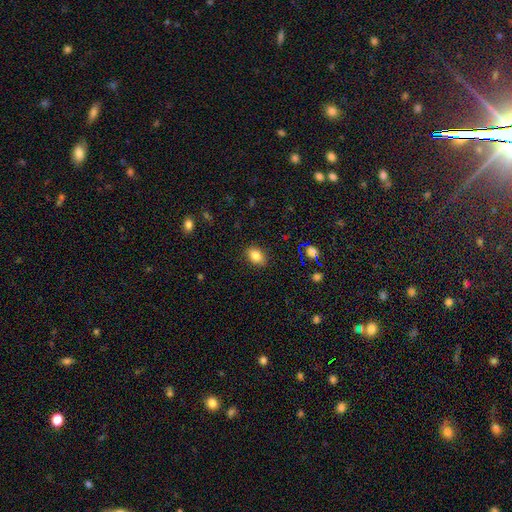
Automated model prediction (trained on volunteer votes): A smooth galaxy with no disk features (83%) that is in between round and cigar-shaped (74%).

Vote fractions:
- Smooth or featured? smooth: 83% / star or artifact: 11% / featured or disk: 7%
- How rounded? in between: 74% / round: 25% / cigar-shaped: 1%
- Merging? none: 87% / minor disturbance: 9% / major disturbance: 2% / merger: 1%